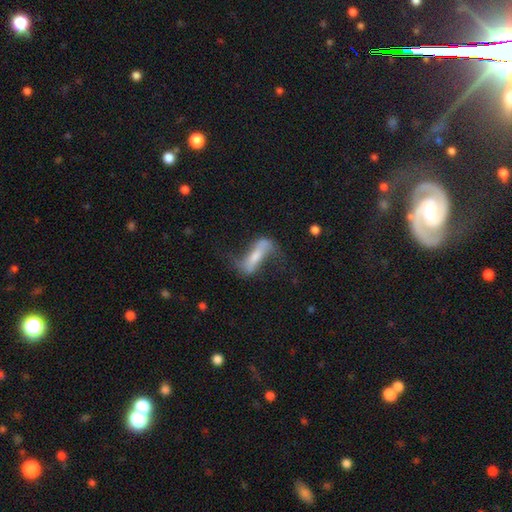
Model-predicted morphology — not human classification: The model was most divided on "merging": none: 53%, major disturbance: 21%, minor disturbance: 21%, merger: 4%. More confident: edge-on disk — no (75%); smooth or featured — featured or disk (66%).